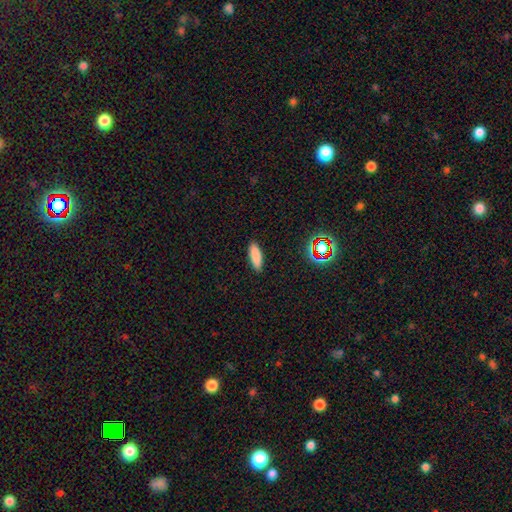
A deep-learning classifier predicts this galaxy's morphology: Smooth or featured: smooth — 83% (star or artifact — 9%)
How rounded: in between — 57% (cigar-shaped — 41%)
Merging: none — 90% (minor disturbance — 7%)